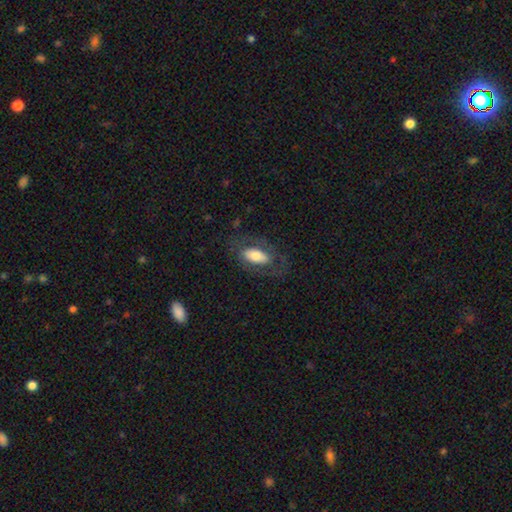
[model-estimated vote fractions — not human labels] This appears to be a smooth galaxy with no disk features (62%) that is in between round and cigar-shaped (89%). Merging: none (71%).